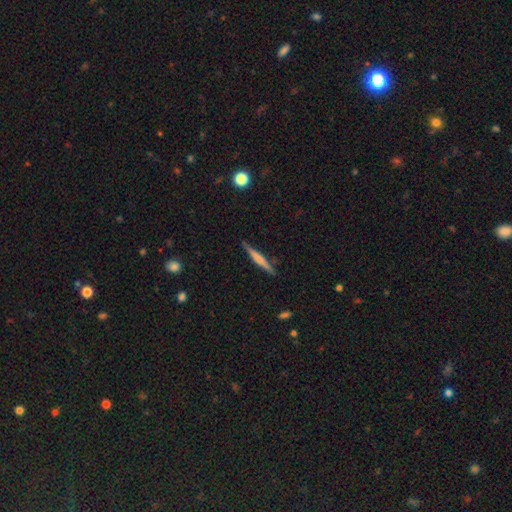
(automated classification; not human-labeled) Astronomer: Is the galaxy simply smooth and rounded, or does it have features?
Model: featured or disk — 53% (runner-up: smooth, 41%).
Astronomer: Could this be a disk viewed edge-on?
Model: yes — 97%.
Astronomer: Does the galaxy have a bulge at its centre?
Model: none — 49% (runner-up: rounded, 36%).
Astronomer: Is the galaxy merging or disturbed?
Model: none — 90%.